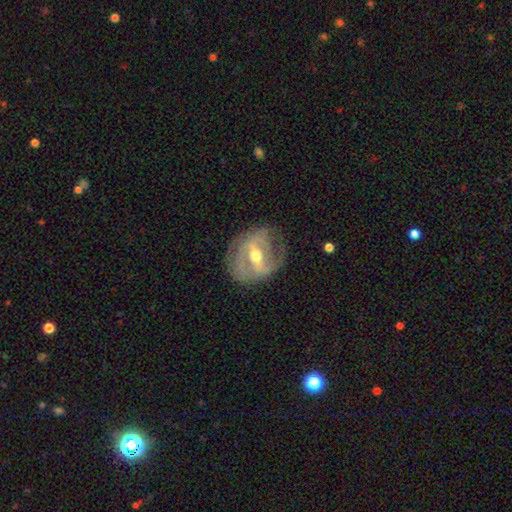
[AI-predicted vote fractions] smooth_or_featured: featured or disk (p=0.82) [alt: smooth p=0.13]
disk_edge_on: no (p=0.93) [alt: yes p=0.07]
bar: strong (p=0.55) [alt: weak p=0.32]
has_spiral_arms: yes (p=0.77) [alt: no p=0.23]
spiral_winding: tight (p=0.42) [alt: medium p=0.39]
spiral_arm_count: 2 (p=0.64) [alt: can't tell p=0.19]
bulge_size: moderate (p=0.71) [alt: small p=0.22]
merging: none (p=0.70) [alt: minor disturbance p=0.19]